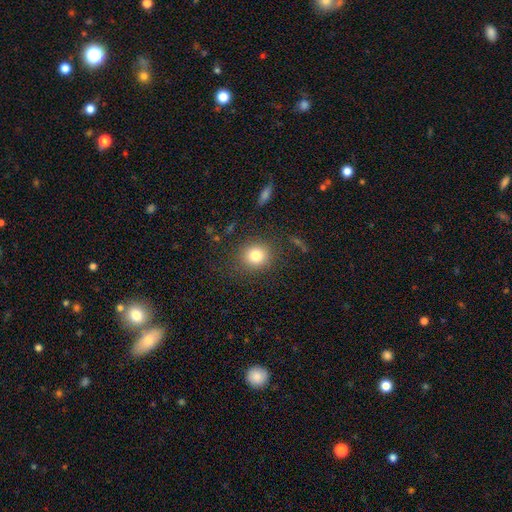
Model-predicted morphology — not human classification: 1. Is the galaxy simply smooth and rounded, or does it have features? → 81% smooth, 11% star or artifact, 8% featured or disk.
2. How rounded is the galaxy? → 85% round, 14% in between, 1% cigar-shaped.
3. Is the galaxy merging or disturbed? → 86% none, 8% minor disturbance, 4% major disturbance, 2% merger.